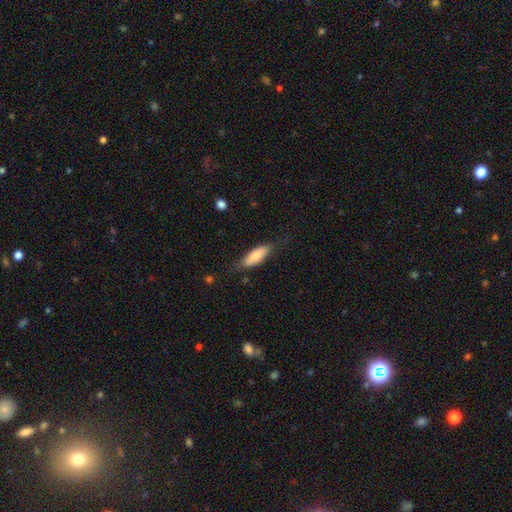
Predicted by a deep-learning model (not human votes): A smooth galaxy with no disk features (77%) that is in between round and cigar-shaped (60%). Merging: none (68%).